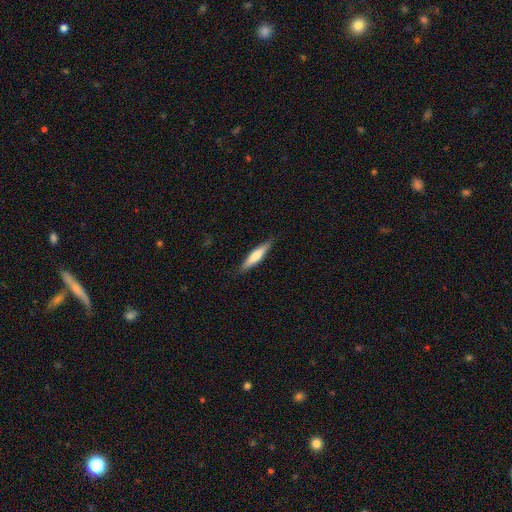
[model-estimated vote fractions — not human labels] Q: Smooth or featured?
A: smooth (61%); runner-up: featured or disk (33%)
Q: How rounded?
A: cigar-shaped (83%); runner-up: in between (16%)
Q: Merging?
A: none (87%); runner-up: minor disturbance (10%)